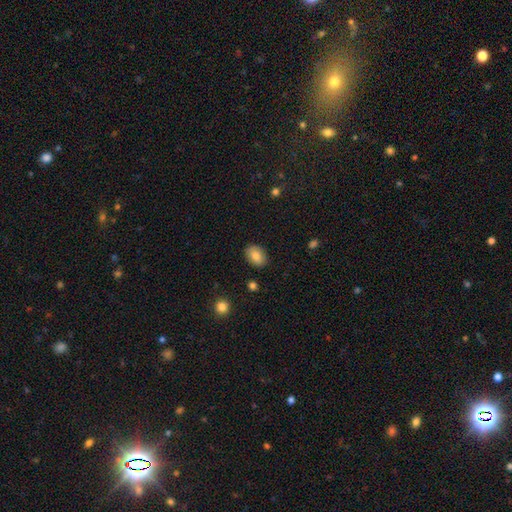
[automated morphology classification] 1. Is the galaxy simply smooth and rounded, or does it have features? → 81% smooth, 11% featured or disk, 8% star or artifact.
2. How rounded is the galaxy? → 78% in between, 21% round, 1% cigar-shaped.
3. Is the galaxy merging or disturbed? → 87% none, 10% minor disturbance, 2% major disturbance, 1% merger.